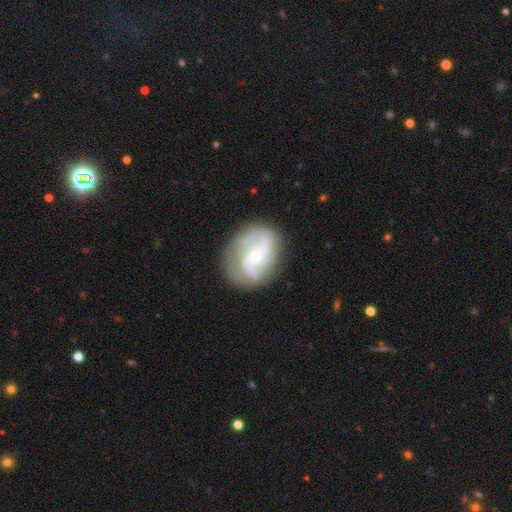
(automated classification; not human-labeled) smooth-or-featured: featured or disk: 75% | smooth: 18% | star or artifact: 6%
  disk-edge-on: no: 97% | yes: 3%
    bar: no: 58% | weak: 34% | strong: 8%
    has-spiral-arms: yes: 89% | no: 11%
      spiral-winding: medium: 44% | tight: 32% | loose: 24%
      spiral-arm-count: 2: 48% | can't tell: 23% | 3: 17% | 1: 5% | 4: 4% | more than 4: 3%
    bulge-size: small: 66% | moderate: 28% | none: 3% | large: 2% | dominant: 1%
  merging: none: 70% | minor disturbance: 19% | major disturbance: 10% | merger: 2%